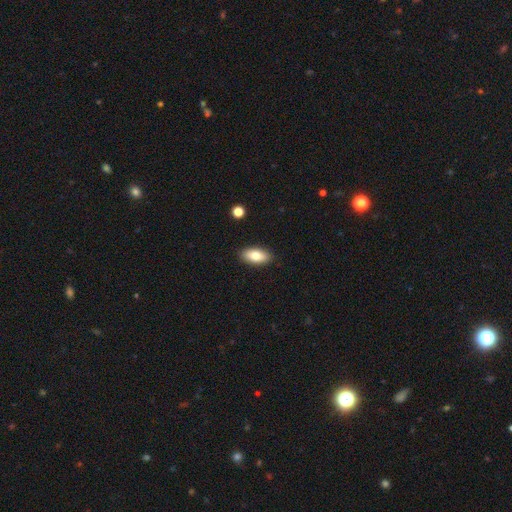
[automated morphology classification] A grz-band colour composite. It shows a smooth galaxy with no disk features (79%) that is in between round and cigar-shaped (88%). Merging: none (89%).